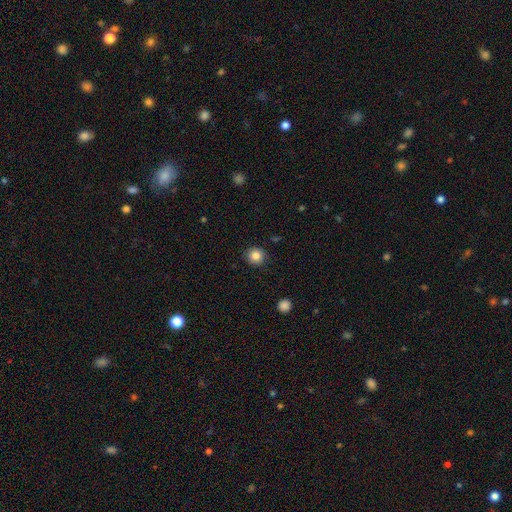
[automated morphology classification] This appears to be a smooth galaxy with no disk features (84%) that is round (91%). Merging: none (90%).